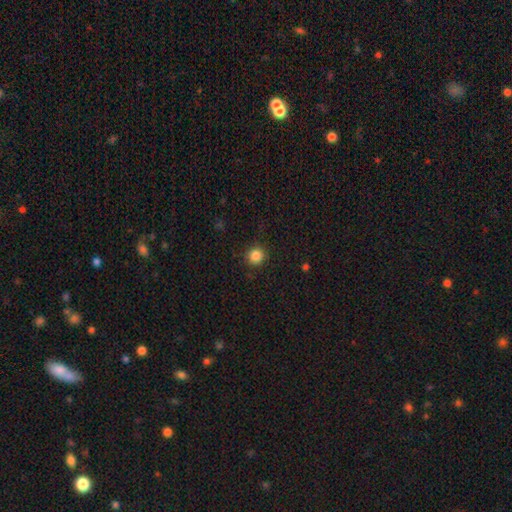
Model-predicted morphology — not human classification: A smooth galaxy with no disk features (85%) that is round (92%). Merging: none (89%).